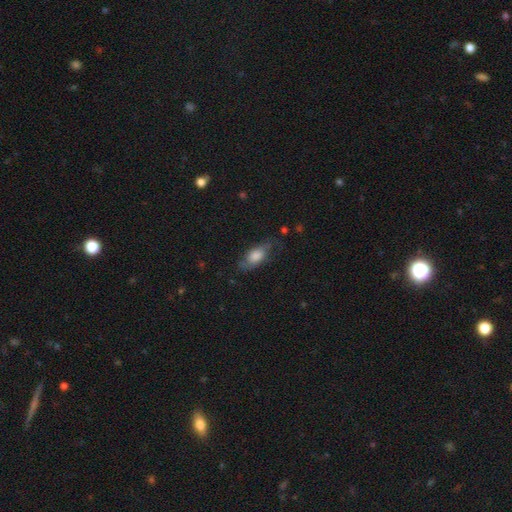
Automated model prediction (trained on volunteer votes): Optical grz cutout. It shows a smooth galaxy with no disk features (60%) that is in between round and cigar-shaped (81%). Merging: none (66%).